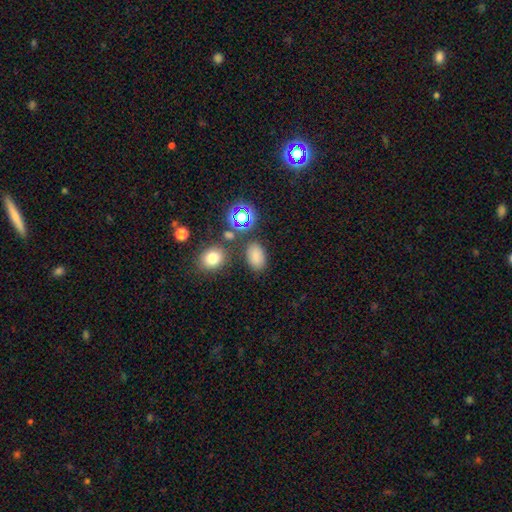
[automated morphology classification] Smooth or featured: smooth — 74% (star or artifact — 19%)
How rounded: in between — 85% (round — 13%)
Merging: none — 80% (minor disturbance — 11%)